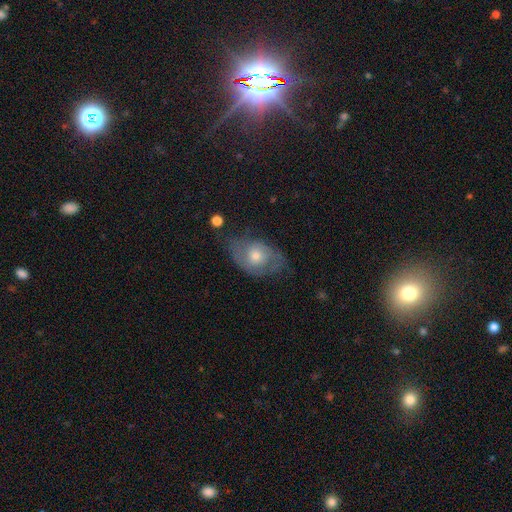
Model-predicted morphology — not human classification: The model was most divided on "smooth or featured": featured or disk: 54%, smooth: 37%, star or artifact: 9%. More confident: edge-on disk — no (93%); bar — no (81%); spiral arms — yes (67%); bulge size — moderate (65%); merging — none (56%).